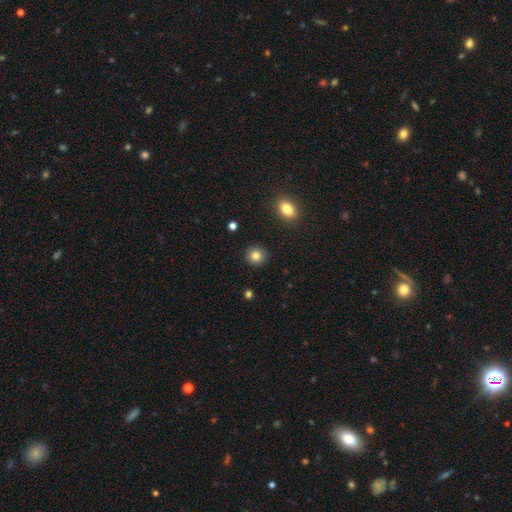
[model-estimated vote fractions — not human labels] This appears to be a smooth galaxy with no disk features (84%) that is round (91%). Merging: none (92%).